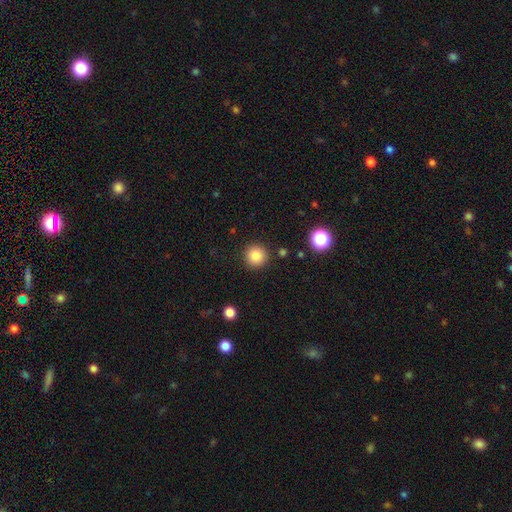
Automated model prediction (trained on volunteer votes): smooth-or-featured: smooth: 84% | star or artifact: 11% | featured or disk: 5%
  how-rounded: round: 95% | in between: 4% | cigar-shaped: 1%
  merging: none: 90% | minor disturbance: 6% | major disturbance: 2% | merger: 2%